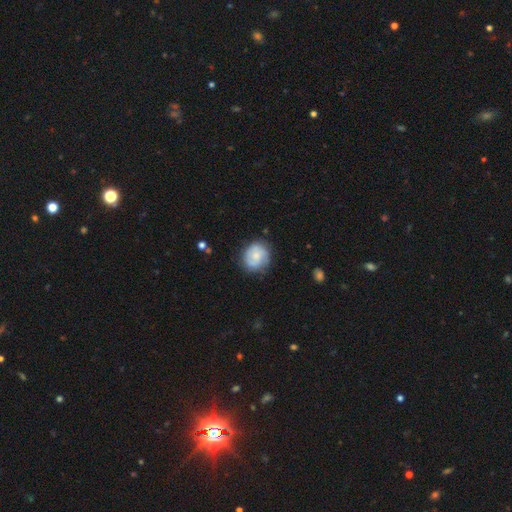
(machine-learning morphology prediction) A featured or disk galaxy (47%).

Vote fractions:
- Smooth or featured? featured or disk: 47% / smooth: 46% / star or artifact: 7%
- Merging? none: 74% / minor disturbance: 19% / major disturbance: 5% / merger: 2%